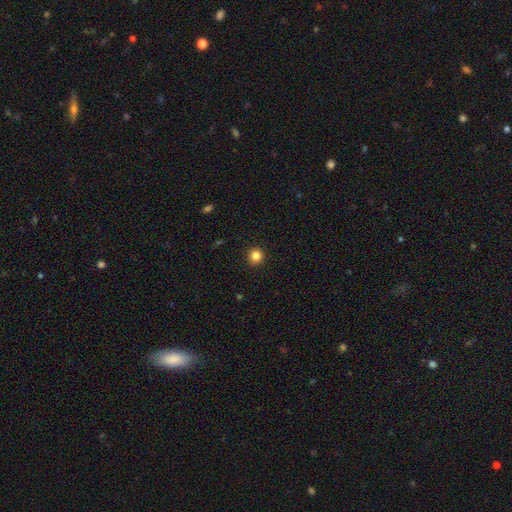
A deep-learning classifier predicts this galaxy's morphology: smooth-or-featured: smooth: 84% | star or artifact: 11% | featured or disk: 5%
  how-rounded: round: 91% | in between: 8% | cigar-shaped: 1%
  merging: none: 92% | minor disturbance: 5% | major disturbance: 2% | merger: 1%